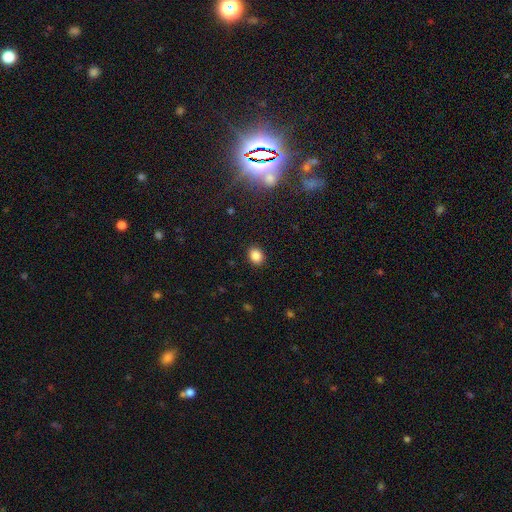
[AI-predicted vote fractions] smooth 86%, star or artifact 10%, featured or disk 4%. Down the decision tree: how rounded — in between (57%); merging — none (89%).